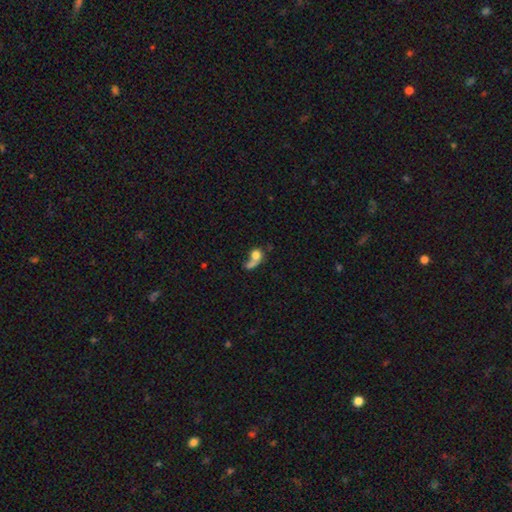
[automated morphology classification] type=smooth (70%); roundness=round (63%); merging=merger (49%).